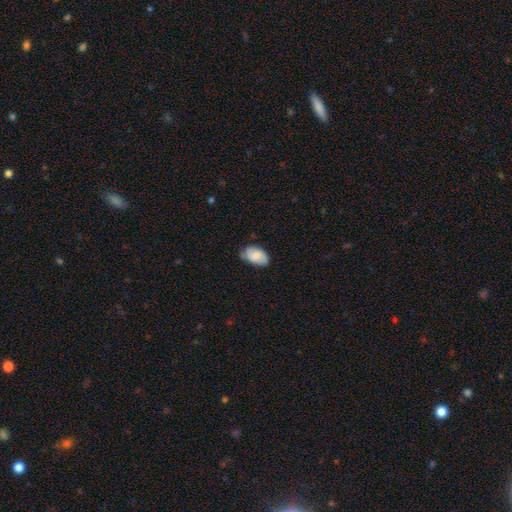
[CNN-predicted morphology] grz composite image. It shows a smooth galaxy with no disk features (62%) that is in between round and cigar-shaped (90%). Merging: none (63%).